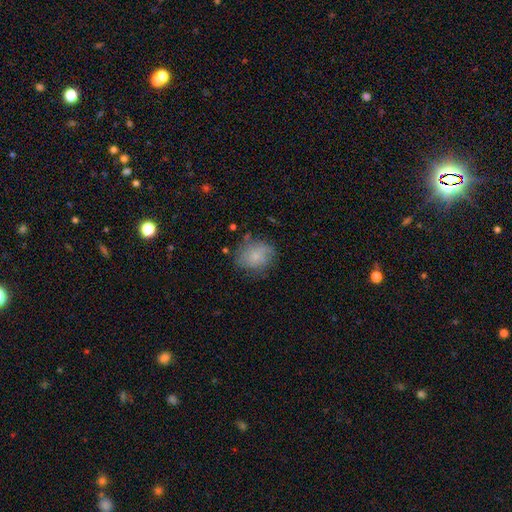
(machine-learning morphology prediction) smooth 70%, featured or disk 21%, star or artifact 9%. Down the decision tree: how rounded — round (63%); merging — none (65%).